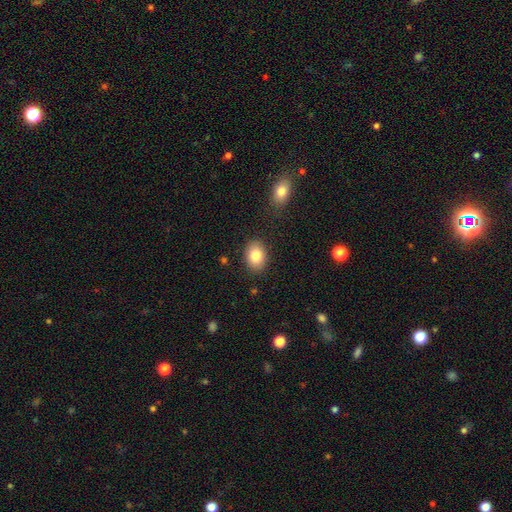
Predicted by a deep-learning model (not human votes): A smooth galaxy with no disk features (84%) that is in between round and cigar-shaped (75%).

Vote fractions:
- Smooth or featured? smooth: 84% / featured or disk: 8% / star or artifact: 8%
- How rounded? in between: 75% / round: 24% / cigar-shaped: 1%
- Merging? none: 86% / minor disturbance: 10% / major disturbance: 3% / merger: 2%